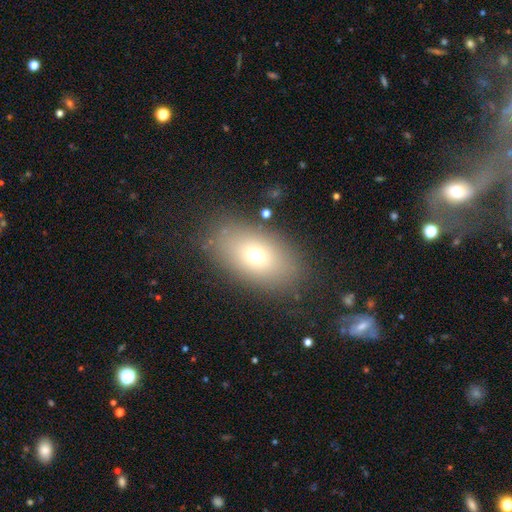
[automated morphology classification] This is likely a smooth galaxy (69%). How rounded: clearly in between (85%). Merging: clearly none (83%).